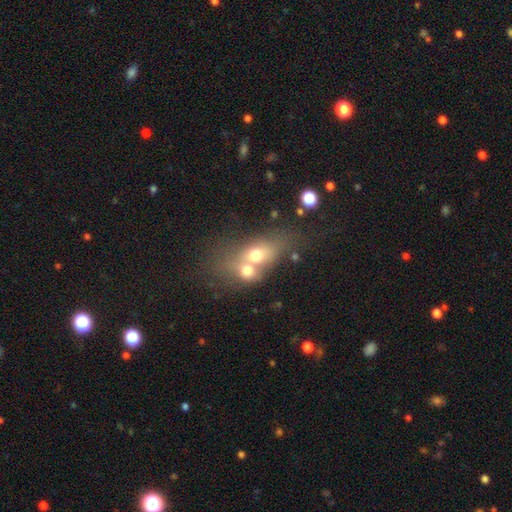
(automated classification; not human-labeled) This is possibly a smooth galaxy (60%). How rounded: likely in between (60%). Merging: likely merger (64%).